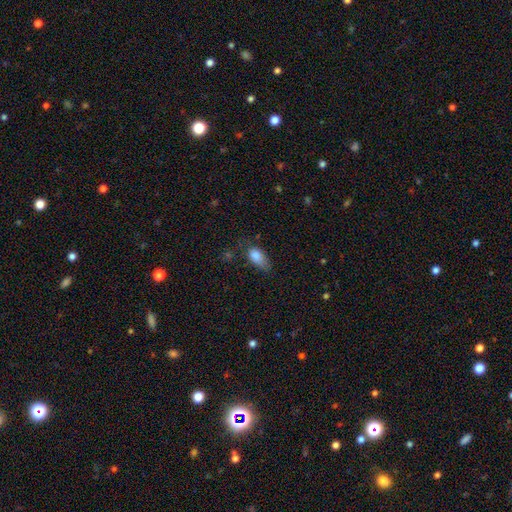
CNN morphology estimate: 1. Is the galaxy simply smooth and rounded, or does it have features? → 83% smooth, 9% featured or disk, 8% star or artifact.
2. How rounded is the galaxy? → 87% in between, 7% cigar-shaped, 6% round.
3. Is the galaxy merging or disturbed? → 40% none, 39% minor disturbance, 18% major disturbance, 3% merger.